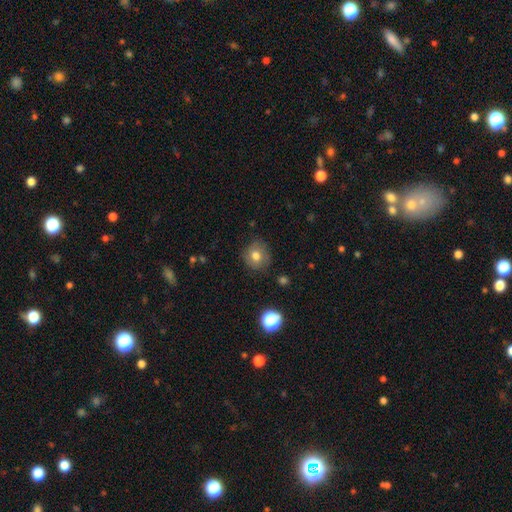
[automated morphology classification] Overall: smooth (75%). How rounded: round (87%). Merging: none (82%).